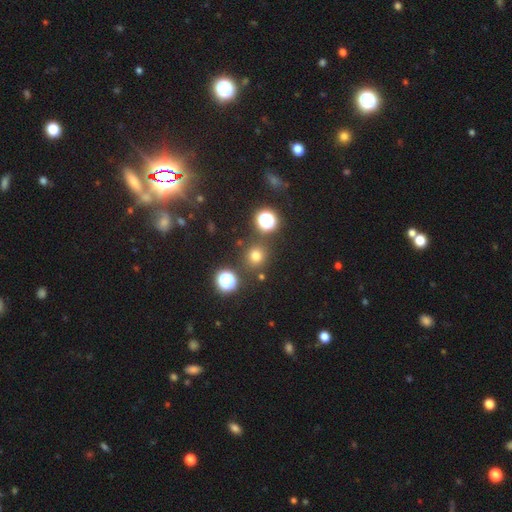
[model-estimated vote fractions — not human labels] Q: Smooth or featured?
A: smooth (68%); runner-up: star or artifact (25%)
Q: How rounded?
A: round (92%); runner-up: in between (7%)
Q: Merging?
A: none (85%); runner-up: minor disturbance (7%)